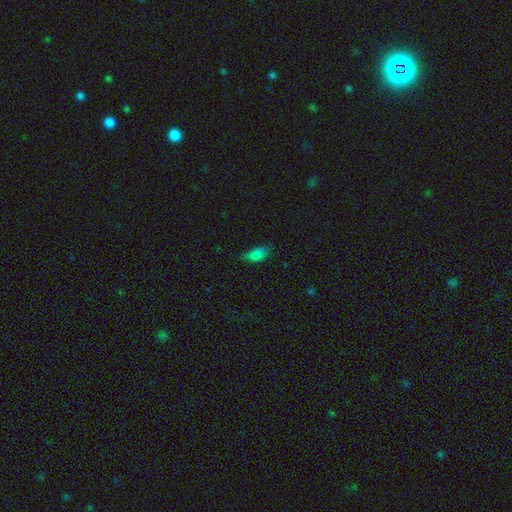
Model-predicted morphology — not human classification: This is likely a smooth galaxy (77%). How rounded: clearly in between (83%). Merging: marginally none (44%).